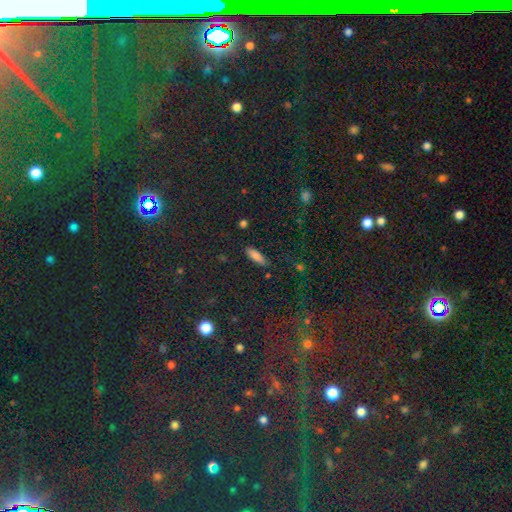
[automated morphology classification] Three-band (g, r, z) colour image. It shows a smooth galaxy with no disk features (81%) that is in between round and cigar-shaped (55%). Merging: none (85%).